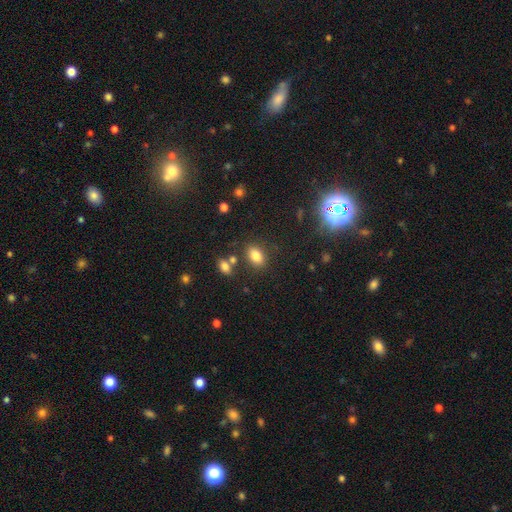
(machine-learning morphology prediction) smooth-or-featured: smooth: 82% | star or artifact: 11% | featured or disk: 8%
  how-rounded: in between: 83% | round: 15% | cigar-shaped: 2%
  merging: none: 76% | minor disturbance: 12% | merger: 8% | major disturbance: 4%